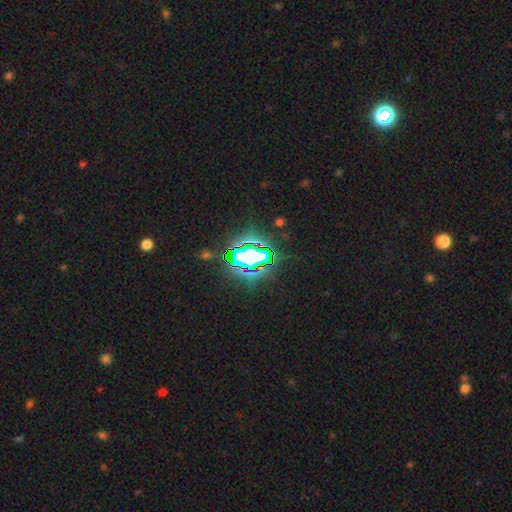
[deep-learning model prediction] Smooth or featured? star or artifact (70%)